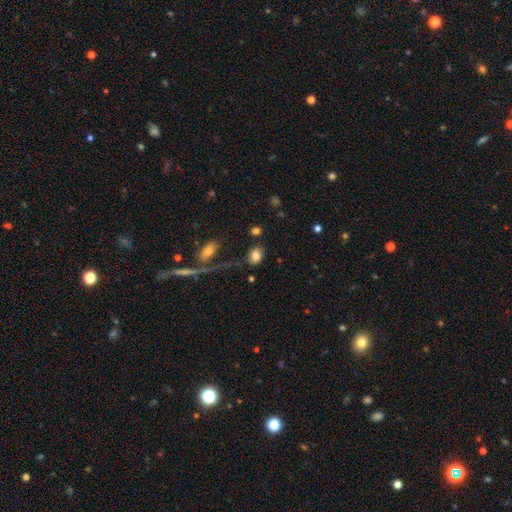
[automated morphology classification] Smooth or featured: smooth — 79% (featured or disk — 12%)
How rounded: in between — 76% (round — 22%)
Merging: none — 77% (minor disturbance — 13%)